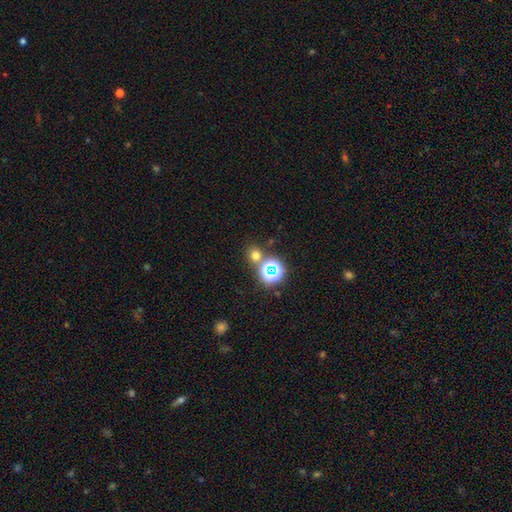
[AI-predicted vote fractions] Morphology: type=smooth (63%); roundness=round (83%); merging=none (73%).